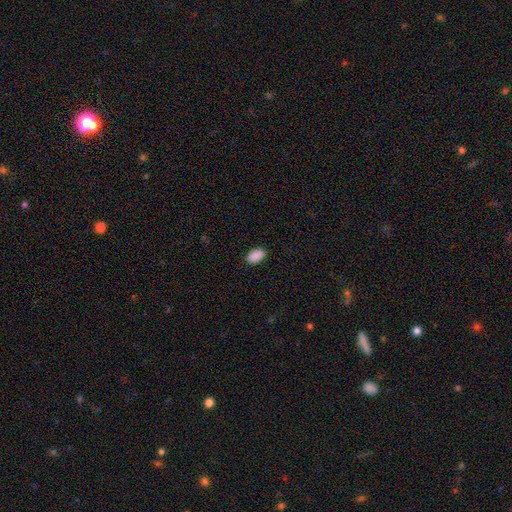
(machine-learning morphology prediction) type=smooth (90%); roundness=in between (94%); merging=none (89%).